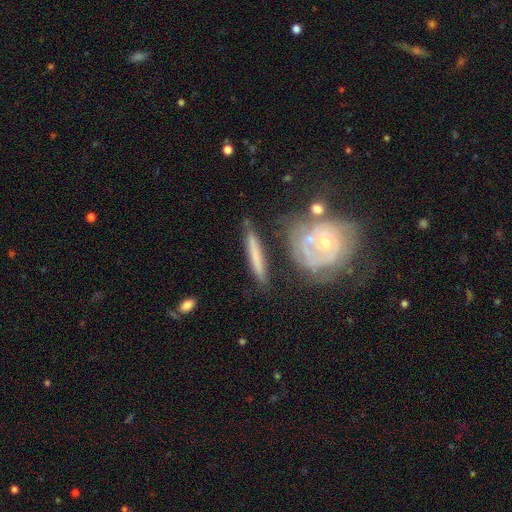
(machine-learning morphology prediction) Overall: featured or disk (47%; smooth 46%). Merging: none (74%).